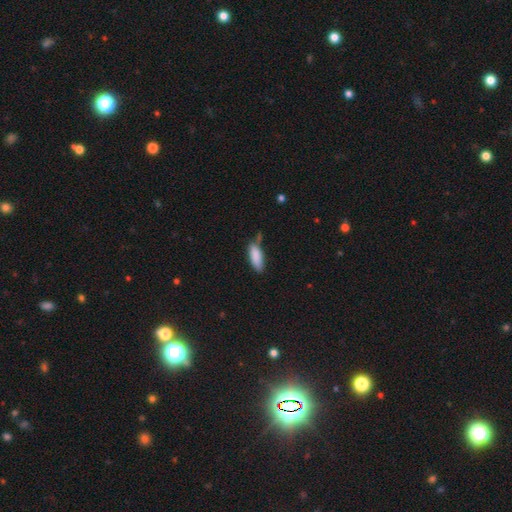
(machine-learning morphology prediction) A smooth galaxy with no disk features (87%) that is in between round and cigar-shaped (66%).

Vote fractions:
- Smooth or featured? smooth: 87% / featured or disk: 7% / star or artifact: 6%
- How rounded? in between: 66% / cigar-shaped: 32% / round: 2%
- Merging? none: 58% / minor disturbance: 28% / merger: 7% / major disturbance: 6%